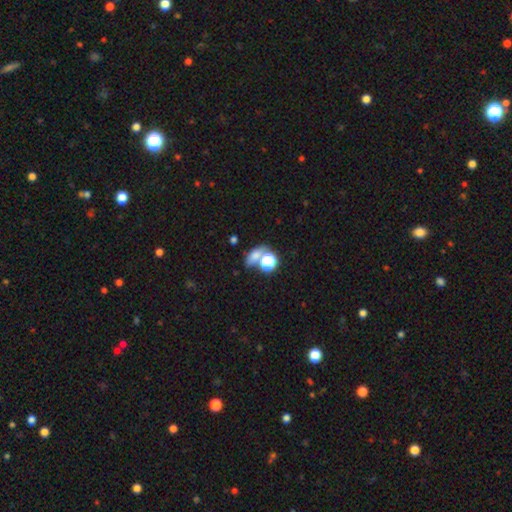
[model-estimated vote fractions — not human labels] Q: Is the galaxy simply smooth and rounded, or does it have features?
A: smooth — 62%.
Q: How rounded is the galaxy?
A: in between — 53%.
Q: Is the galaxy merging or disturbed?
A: none — 51%.